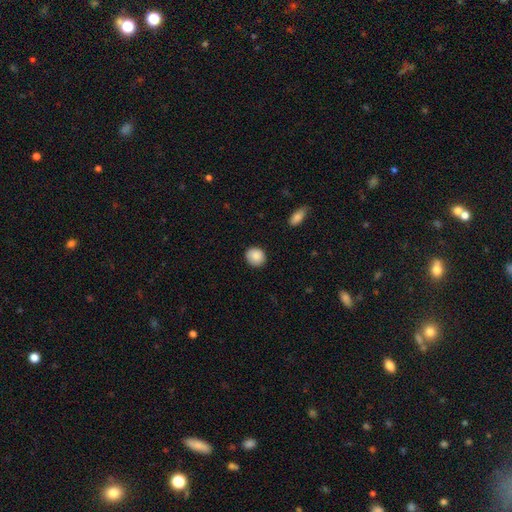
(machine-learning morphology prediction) A smooth galaxy with no disk features (88%) that is round (84%).

Vote fractions:
- Smooth or featured? smooth: 88% / star or artifact: 7% / featured or disk: 5%
- How rounded? round: 84% / in between: 15% / cigar-shaped: 1%
- Merging? none: 88% / minor disturbance: 8% / major disturbance: 2% / merger: 1%